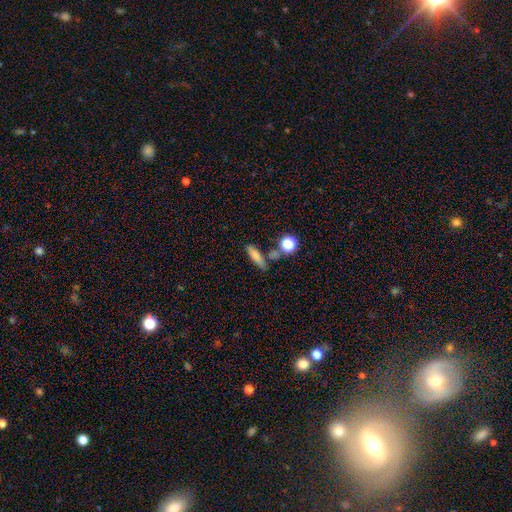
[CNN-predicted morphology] This appears to be a smooth galaxy with no disk features (75%) that is cigar-shaped (63%). Merging: none (66%).